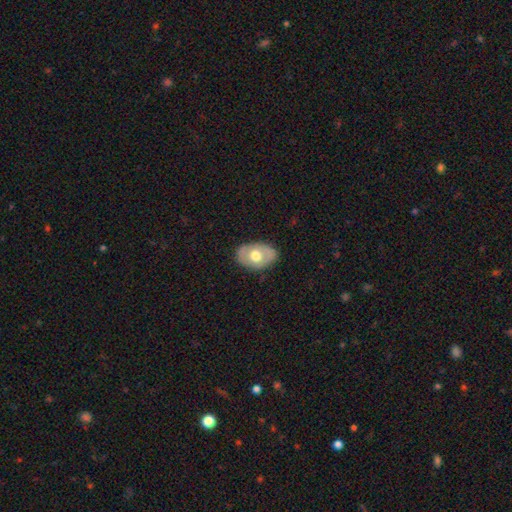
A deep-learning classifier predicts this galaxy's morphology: type=smooth (50%); merging=none (80%).